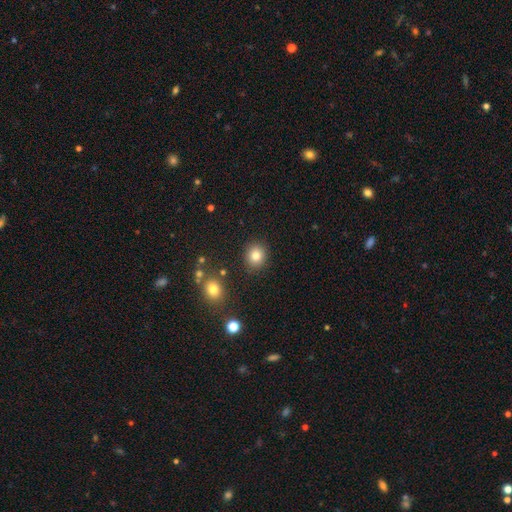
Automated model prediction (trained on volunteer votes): Smooth or featured: smooth — 83% (star or artifact — 11%)
How rounded: round — 82% (in between — 17%)
Merging: none — 88% (minor disturbance — 7%)